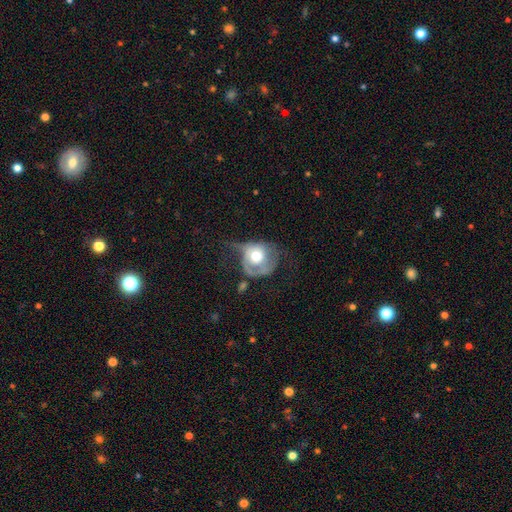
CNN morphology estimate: featured or disk 49%, smooth 44%, star or artifact 7%. Down the decision tree: merging — major disturbance (45%).